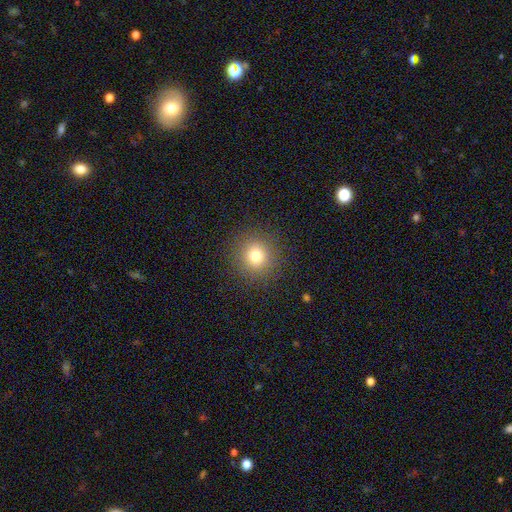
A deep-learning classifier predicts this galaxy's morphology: Smooth or featured? smooth (77%)
How rounded? round (93%)
Merging? none (90%)